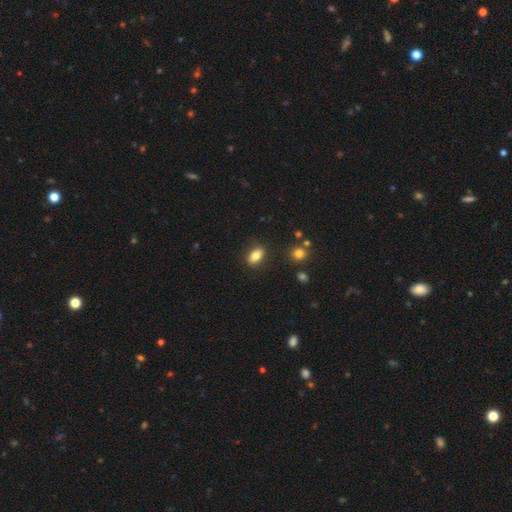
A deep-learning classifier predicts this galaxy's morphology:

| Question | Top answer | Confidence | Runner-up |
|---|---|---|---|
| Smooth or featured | smooth | 81% | featured or disk (10%) |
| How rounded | in between | 85% | round (11%) |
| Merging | none | 86% | minor disturbance (9%) |